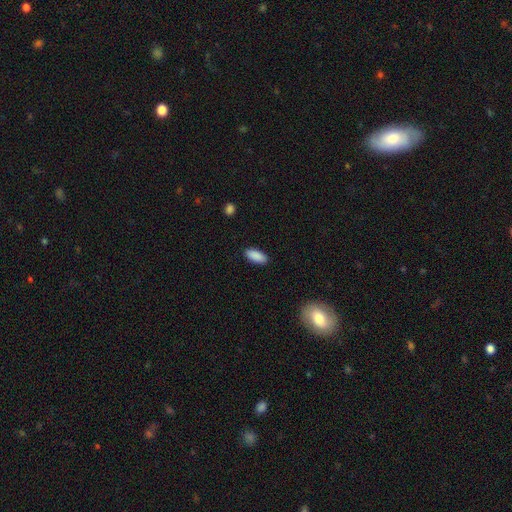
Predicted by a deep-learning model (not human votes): Smooth or featured?
  - smooth: 90% *
  - star or artifact: 6%
  - featured or disk: 4%
How rounded?
  - in between: 86% *
  - cigar-shaped: 12%
  - round: 2%
Merging?
  - none: 89% *
  - minor disturbance: 8%
  - major disturbance: 2%
  - merger: 1%